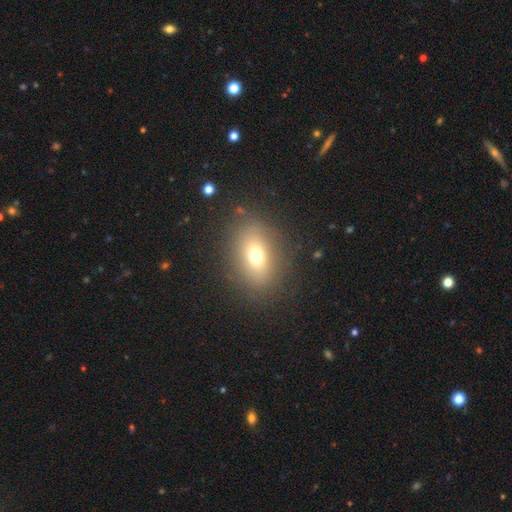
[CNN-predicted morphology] smooth_or_featured: smooth (p=0.69) [alt: featured or disk p=0.16]
how_rounded: in between (p=0.67) [alt: round p=0.31]
merging: none (p=0.83) [alt: minor disturbance p=0.10]